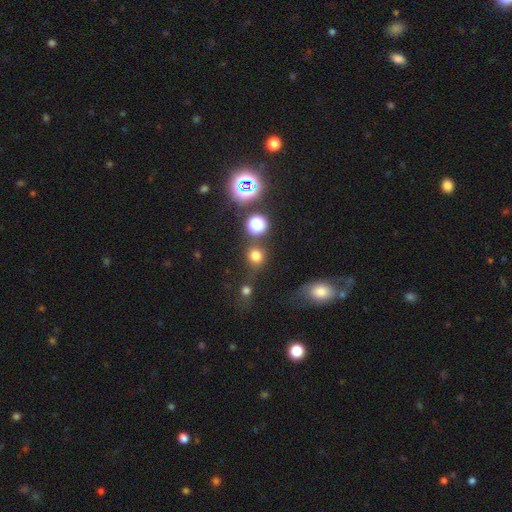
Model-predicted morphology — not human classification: smooth_or_featured: smooth (p=0.71) [alt: star or artifact p=0.22]
how_rounded: round (p=0.88) [alt: in between p=0.11]
merging: none (p=0.71) [alt: merger p=0.12]